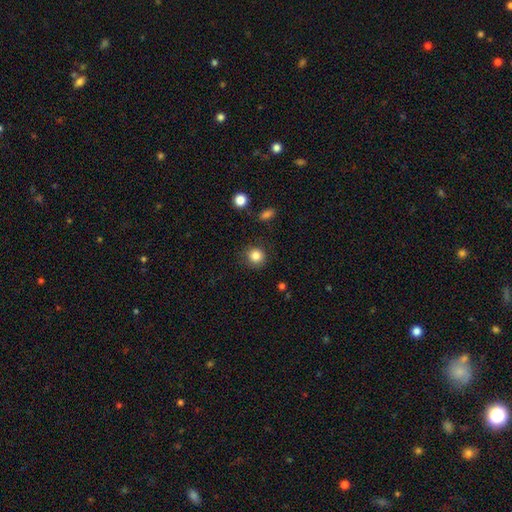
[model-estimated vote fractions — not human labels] This appears to be a smooth galaxy with no disk features (84%) that is round (91%). Merging: none (85%).